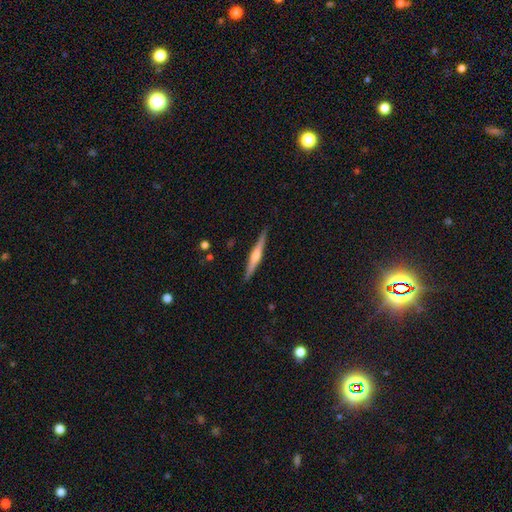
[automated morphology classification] type=featured or disk (70%); edge-on=yes (98%); edge-on bulge=rounded (85%); merging=none (90%).